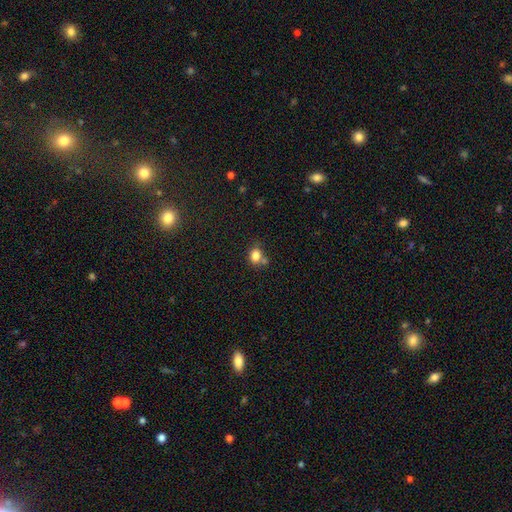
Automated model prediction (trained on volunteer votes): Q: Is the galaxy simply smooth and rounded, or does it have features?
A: smooth — 81%.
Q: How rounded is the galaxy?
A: round — 58%.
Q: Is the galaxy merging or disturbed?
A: none — 51%.